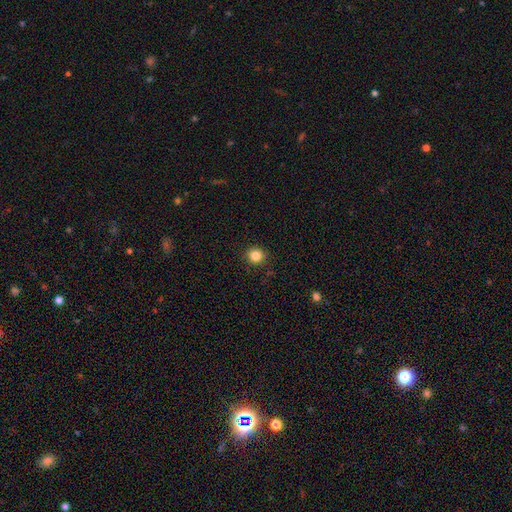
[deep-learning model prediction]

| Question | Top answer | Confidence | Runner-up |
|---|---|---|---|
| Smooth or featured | smooth | 85% | star or artifact (11%) |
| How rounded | round | 90% | in between (10%) |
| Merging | none | 91% | minor disturbance (6%) |